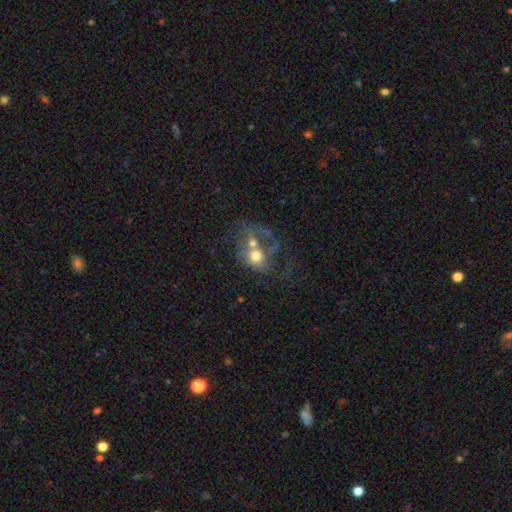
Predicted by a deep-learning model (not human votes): Smooth or featured? Predicted: featured or disk (p=0.47). Merging? Predicted: merger (p=0.53).